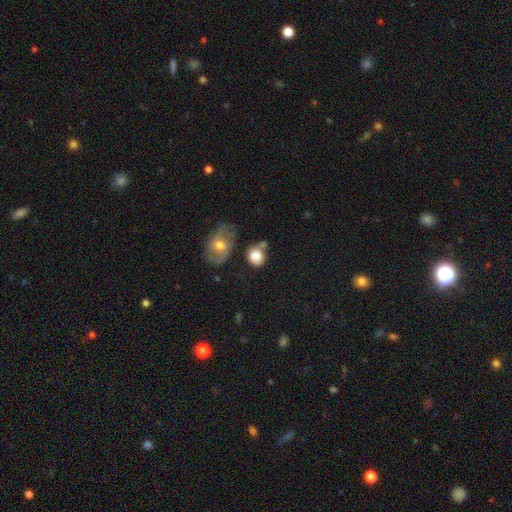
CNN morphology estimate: smooth_or_featured: smooth (p=0.81) [alt: featured or disk p=0.10]
how_rounded: round (p=0.58) [alt: in between p=0.41]
merging: none (p=0.52) [alt: minor disturbance p=0.20]